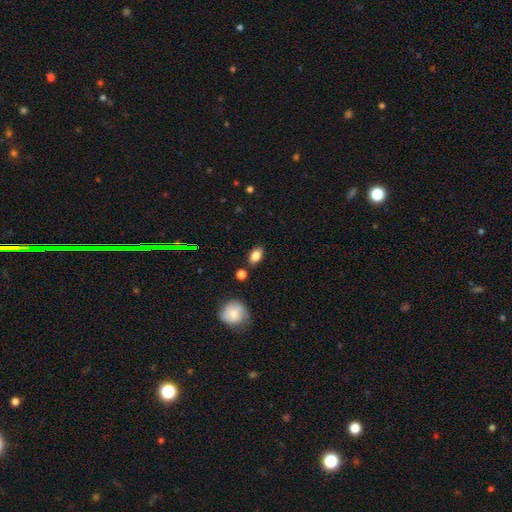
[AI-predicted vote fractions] Smooth or featured? Predicted: smooth (p=0.84). How rounded? Predicted: in between (p=0.84). Merging? Predicted: none (p=0.80).